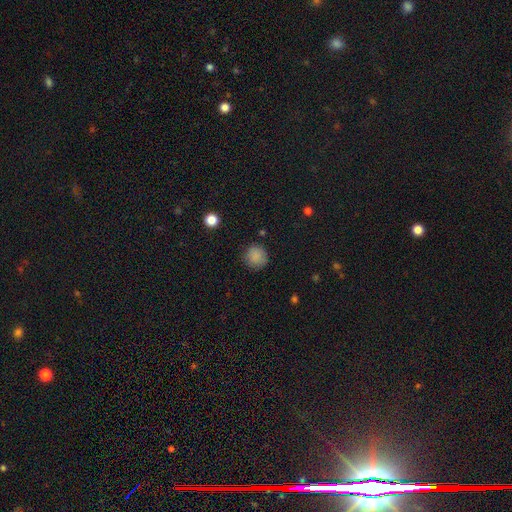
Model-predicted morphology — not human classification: Overall: smooth (85%). How rounded: round (92%). Merging: none (85%).